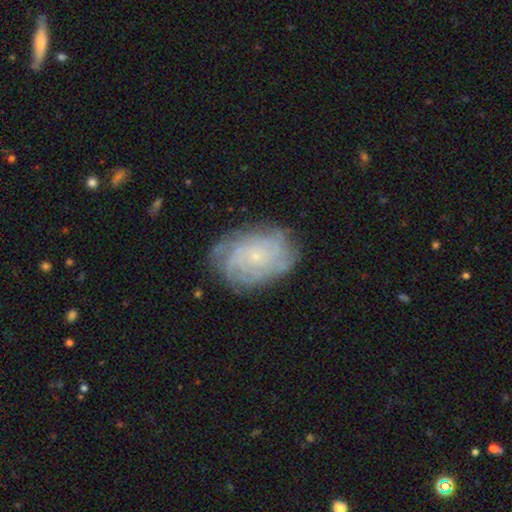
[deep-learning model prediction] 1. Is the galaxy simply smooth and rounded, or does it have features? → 71% featured or disk, 20% smooth, 9% star or artifact.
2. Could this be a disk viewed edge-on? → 97% no, 3% yes.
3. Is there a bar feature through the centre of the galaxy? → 81% no, 16% weak, 3% strong.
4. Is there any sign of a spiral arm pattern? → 89% yes, 11% no.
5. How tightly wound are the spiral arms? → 68% tight, 24% medium, 8% loose.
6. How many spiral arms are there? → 48% can't tell, 16% 4, 14% more than 4, 9% 3, 8% 2, 5% 1.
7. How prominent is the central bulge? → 80% small, 13% moderate, 4% none, 1% large, 1% dominant.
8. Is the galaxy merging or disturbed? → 74% none, 18% minor disturbance, 7% major disturbance, 1% merger.